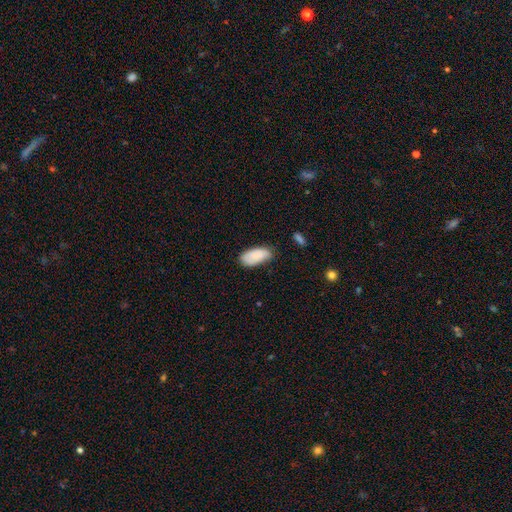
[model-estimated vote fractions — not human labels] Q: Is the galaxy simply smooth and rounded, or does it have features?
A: smooth — 87%.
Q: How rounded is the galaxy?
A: in between — 92%.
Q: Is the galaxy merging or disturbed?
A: none — 70%.